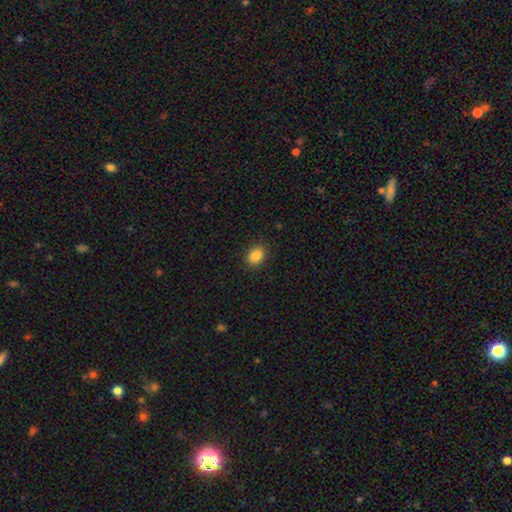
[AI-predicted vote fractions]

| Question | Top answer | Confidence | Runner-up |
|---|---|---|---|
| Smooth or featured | smooth | 87% | star or artifact (9%) |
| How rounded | in between | 67% | round (32%) |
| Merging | none | 89% | minor disturbance (8%) |